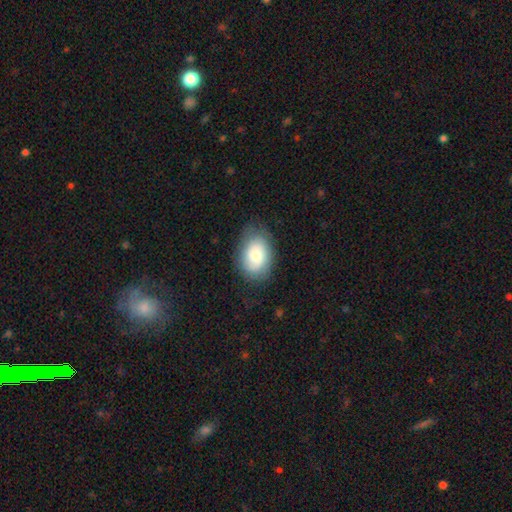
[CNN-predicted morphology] This appears to be a smooth galaxy with no disk features (65%) that is in between round and cigar-shaped (78%). Merging: none (76%).